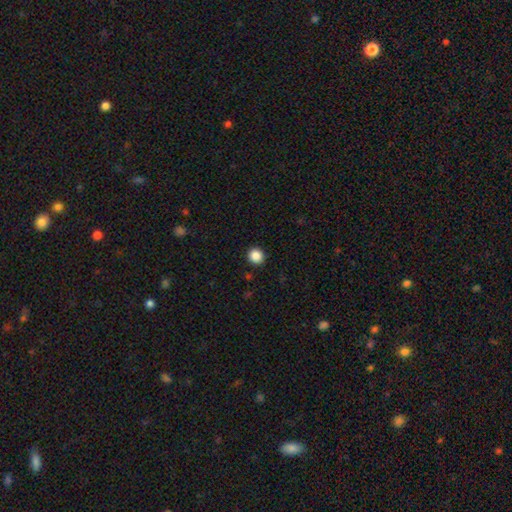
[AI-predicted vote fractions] Morphology: type=smooth (87%); roundness=round (91%); merging=none (93%).